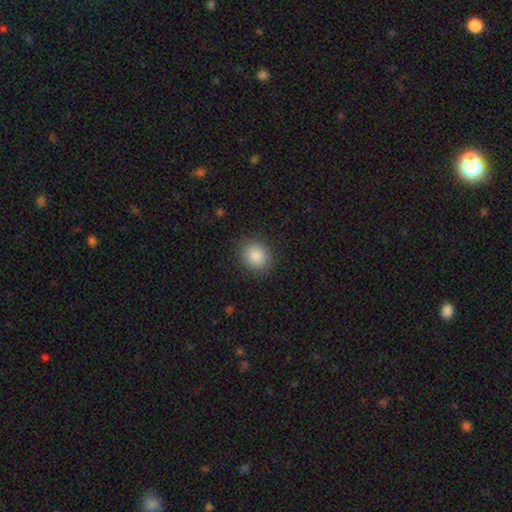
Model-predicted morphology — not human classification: Q: Smooth or featured?
A: smooth (88%); runner-up: star or artifact (9%)
Q: How rounded?
A: round (68%); runner-up: in between (31%)
Q: Merging?
A: none (88%); runner-up: minor disturbance (8%)